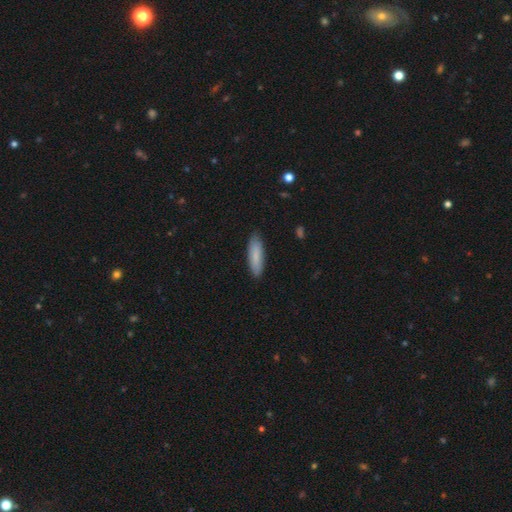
Smooth or featured? 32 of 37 (86%) said smooth. How rounded? 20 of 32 (62%) said cigar-shaped. Merging? 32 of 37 (86%) said none.